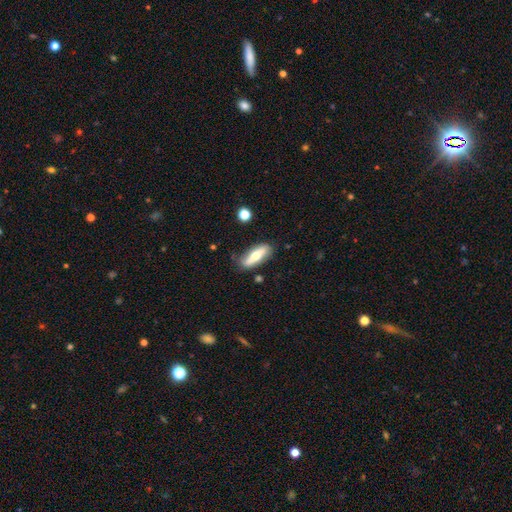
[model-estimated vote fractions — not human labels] smooth_or_featured: smooth (p=0.51) [alt: featured or disk p=0.43]
how_rounded: in between (p=0.56) [alt: cigar-shaped p=0.41]
merging: none (p=0.74) [alt: minor disturbance p=0.19]